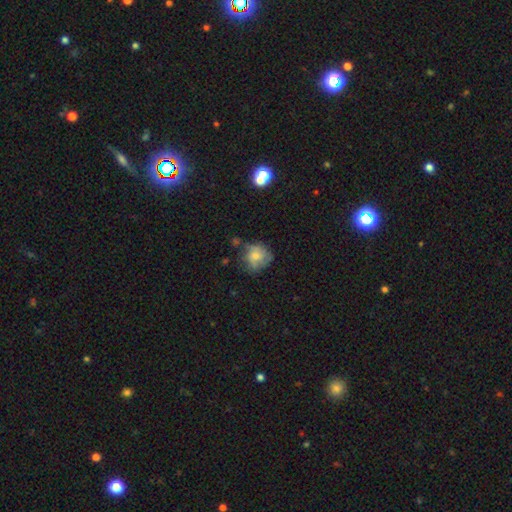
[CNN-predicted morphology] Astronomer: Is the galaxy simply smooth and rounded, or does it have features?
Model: smooth — 49% (runner-up: featured or disk, 41%).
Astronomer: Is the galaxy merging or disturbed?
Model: none — 51% (runner-up: minor disturbance, 29%).